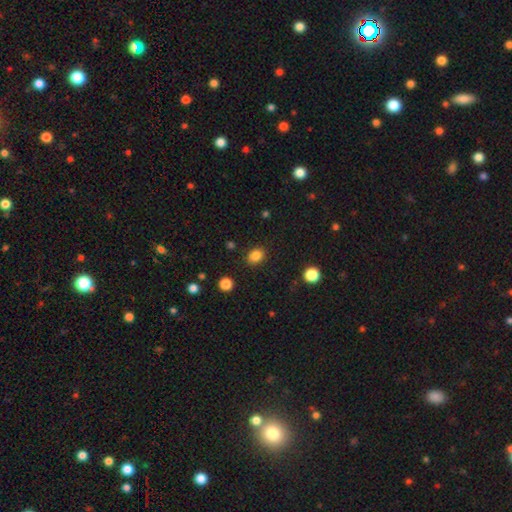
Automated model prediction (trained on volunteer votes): Smooth or featured? Predicted: smooth (p=0.84). How rounded? Predicted: in between (p=0.52). Merging? Predicted: none (p=0.87).